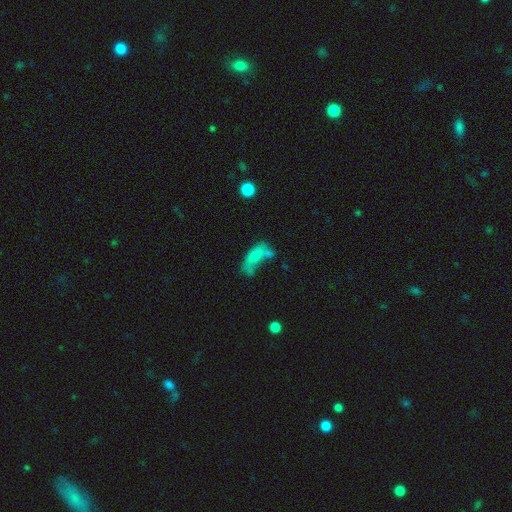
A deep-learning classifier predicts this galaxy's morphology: type=smooth (62%); roundness=in between (72%); merging=major disturbance (35%).